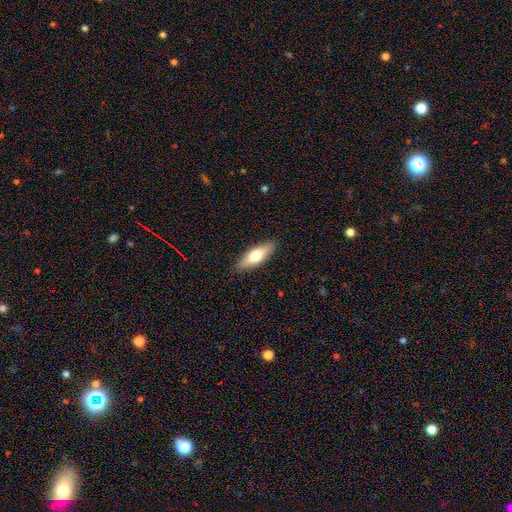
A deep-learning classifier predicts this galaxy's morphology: smooth_or_featured: smooth (p=0.66) [alt: featured or disk p=0.28]
how_rounded: in between (p=0.59) [alt: cigar-shaped p=0.39]
merging: none (p=0.88) [alt: minor disturbance p=0.10]